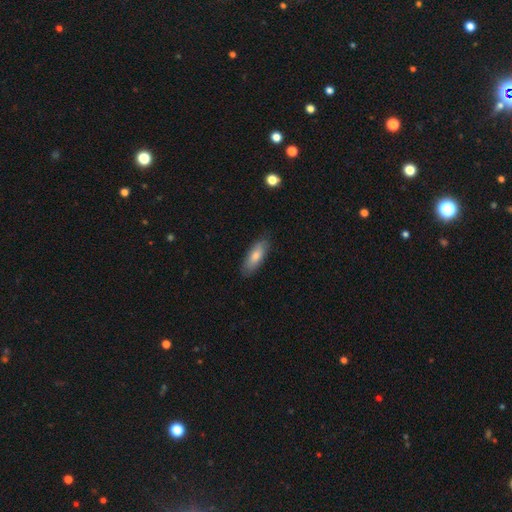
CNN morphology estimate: Smooth or featured?
  - smooth: 78% *
  - featured or disk: 16%
  - star or artifact: 6%
How rounded?
  - in between: 71% *
  - cigar-shaped: 27%
  - round: 2%
Merging?
  - none: 83% *
  - minor disturbance: 13%
  - major disturbance: 3%
  - merger: 1%